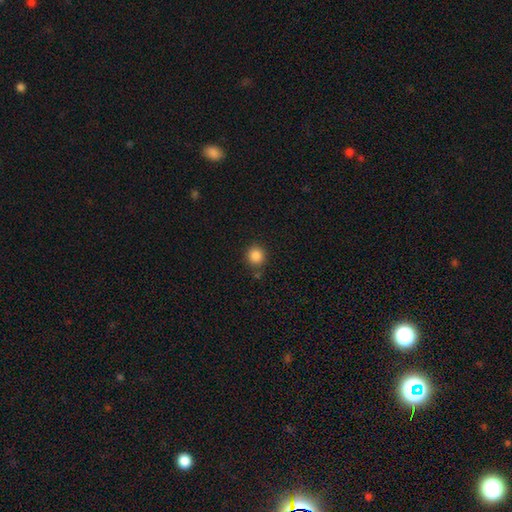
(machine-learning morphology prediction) Smooth or featured? smooth (86%)
How rounded? round (91%)
Merging? none (81%)